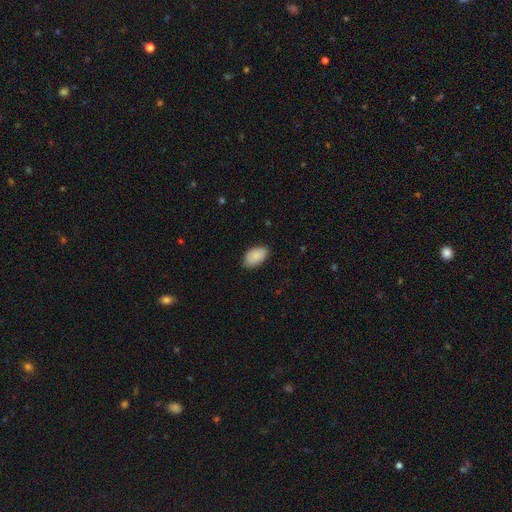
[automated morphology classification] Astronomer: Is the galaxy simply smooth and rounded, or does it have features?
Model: smooth — 87%.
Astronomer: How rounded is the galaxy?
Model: in between — 93%.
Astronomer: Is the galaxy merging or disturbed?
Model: none — 78%.